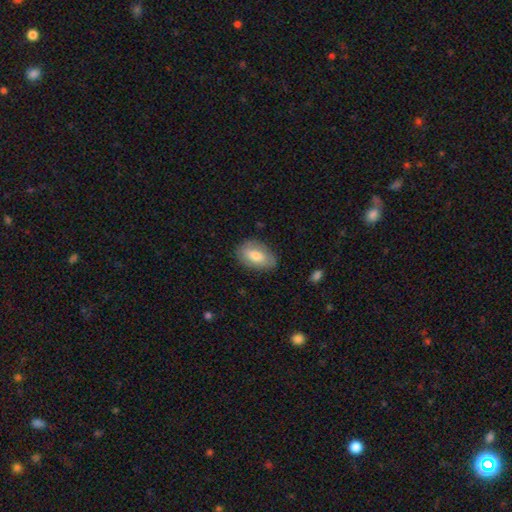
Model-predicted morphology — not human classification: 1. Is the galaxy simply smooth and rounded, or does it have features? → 71% smooth, 23% featured or disk, 6% star or artifact.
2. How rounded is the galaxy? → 91% in between, 7% round, 2% cigar-shaped.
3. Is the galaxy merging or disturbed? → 79% none, 16% minor disturbance, 4% major disturbance, 1% merger.